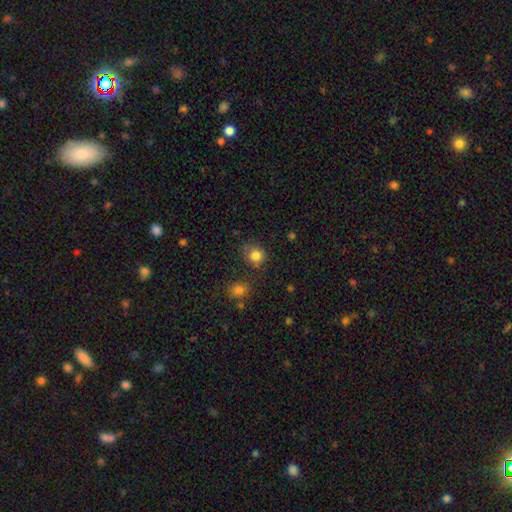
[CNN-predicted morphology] Q: Smooth or featured?
A: smooth (83%); runner-up: star or artifact (11%)
Q: How rounded?
A: round (77%); runner-up: in between (22%)
Q: Merging?
A: none (66%); runner-up: minor disturbance (21%)